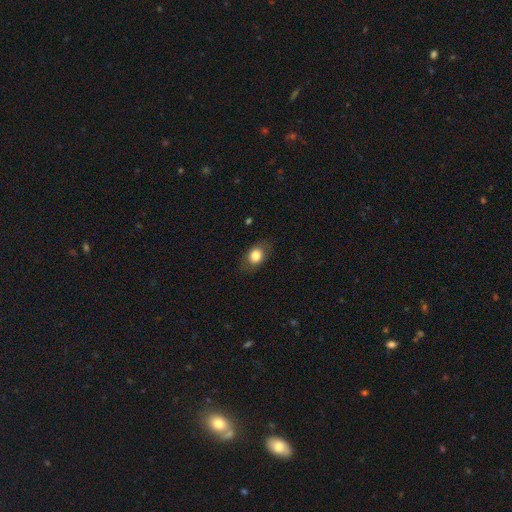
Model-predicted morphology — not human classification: smooth 79%, featured or disk 13%, star or artifact 8%. Down the decision tree: how rounded — in between (68%); merging — none (79%).